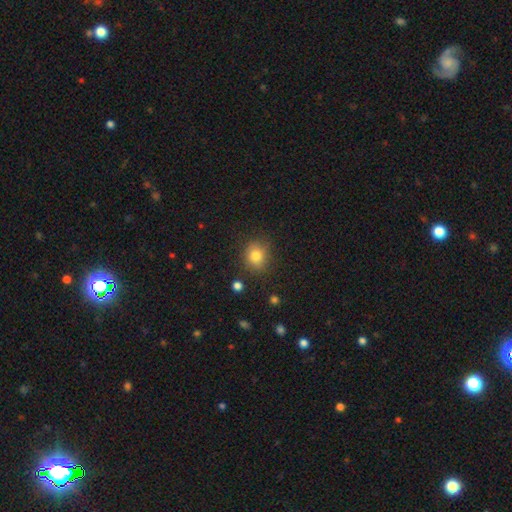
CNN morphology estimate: Smooth or featured? smooth (80%)
How rounded? round (74%)
Merging? none (83%)